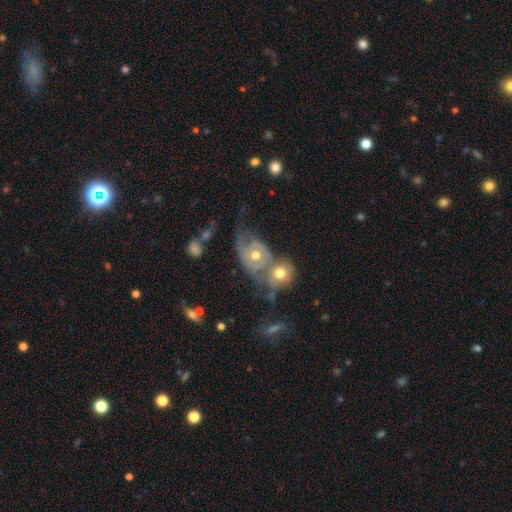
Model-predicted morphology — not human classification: featured or disk 74%, smooth 17%, star or artifact 8%. Down the decision tree: edge-on disk — no (96%); bar — no (77%); spiral arms — yes (84%); spiral arm count — 2 (49%); spiral winding — tight (51%); bulge size — moderate (71%); merging — merger (50%).